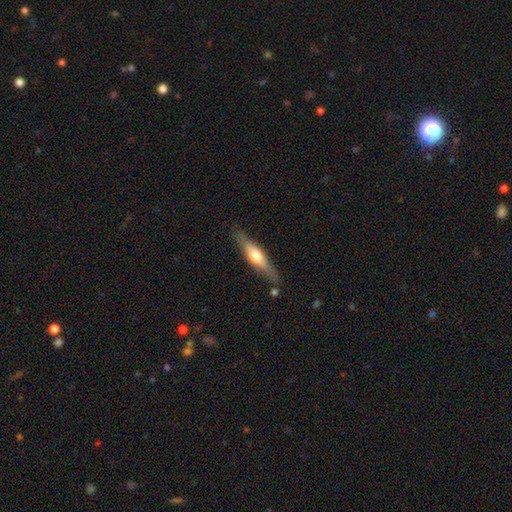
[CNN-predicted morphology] smooth_or_featured: featured or disk (p=0.58) [alt: smooth p=0.37]
disk_edge_on: yes (p=0.94) [alt: no p=0.06]
edge_on_bulge: rounded (p=0.90) [alt: boxy p=0.06]
merging: none (p=0.82) [alt: minor disturbance p=0.12]